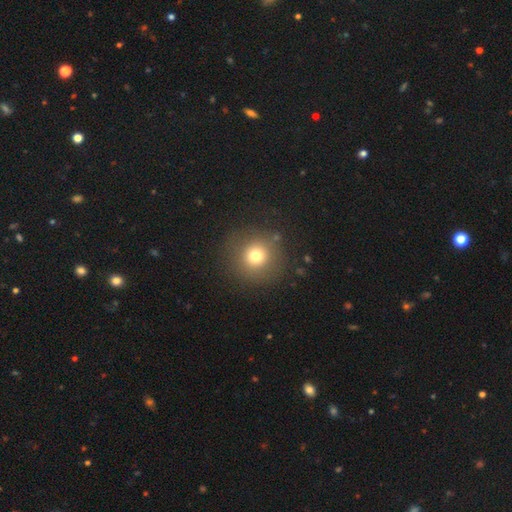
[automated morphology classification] This appears to be a smooth galaxy with no disk features (74%) that is round (94%). Merging: none (86%).